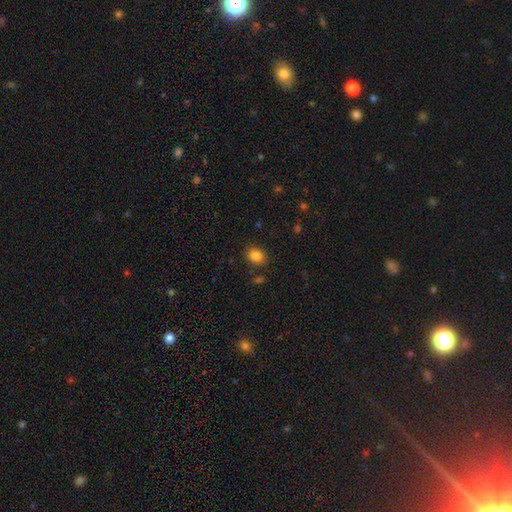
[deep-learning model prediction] Smooth or featured? Predicted: smooth (p=0.84). How rounded? Predicted: in between (p=0.58). Merging? Predicted: none (p=0.86).